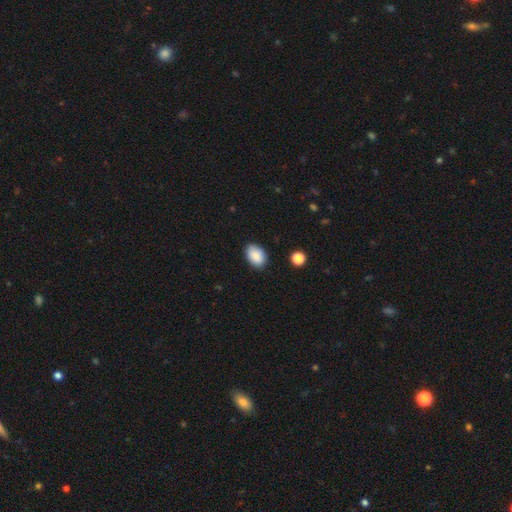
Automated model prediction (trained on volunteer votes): smooth 89%, star or artifact 7%, featured or disk 4%. Down the decision tree: how rounded — in between (86%); merging — none (85%).